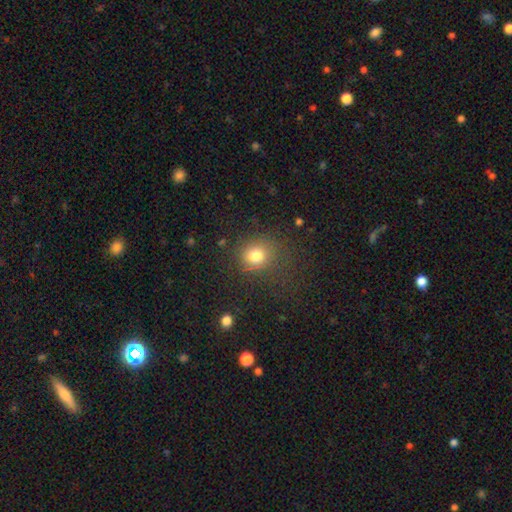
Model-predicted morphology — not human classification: Smooth or featured? smooth (78%)
How rounded? round (77%)
Merging? none (78%)